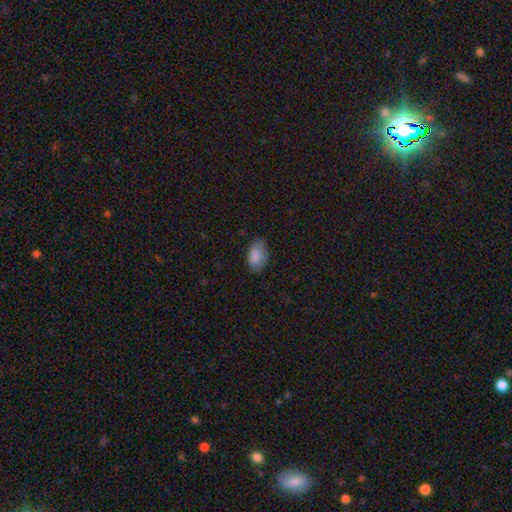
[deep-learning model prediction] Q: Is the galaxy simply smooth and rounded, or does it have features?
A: smooth — 86%.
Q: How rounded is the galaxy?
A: in between — 94%.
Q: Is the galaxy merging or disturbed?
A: none — 72%.